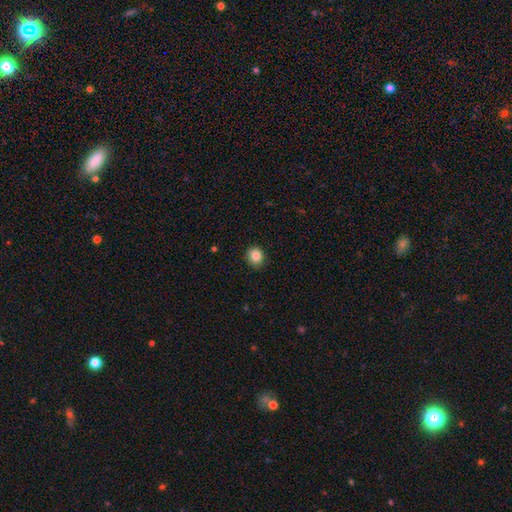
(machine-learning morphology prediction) type=smooth (86%); roundness=round (78%); merging=none (88%).